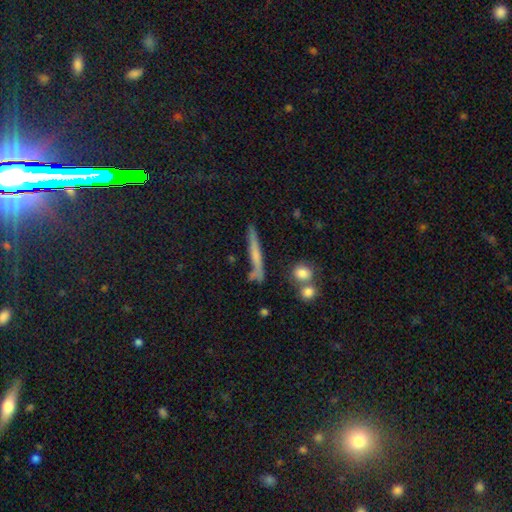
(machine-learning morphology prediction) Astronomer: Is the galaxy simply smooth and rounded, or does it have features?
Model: smooth — 46% (runner-up: featured or disk, 43%).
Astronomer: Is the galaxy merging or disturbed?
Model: none — 74%.